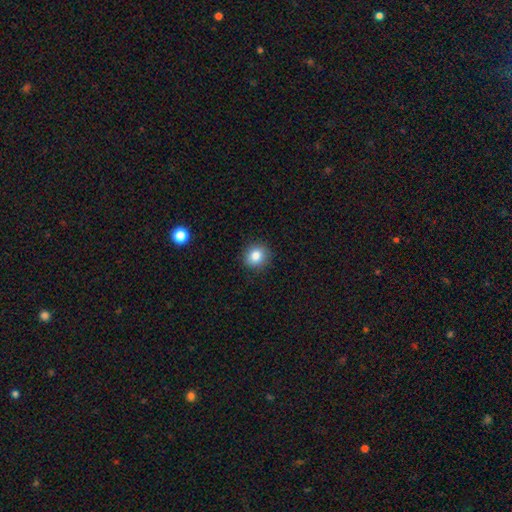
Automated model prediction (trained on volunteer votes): smooth_or_featured: smooth (p=0.84) [alt: star or artifact p=0.10]
how_rounded: round (p=0.82) [alt: in between p=0.17]
merging: none (p=0.90) [alt: minor disturbance p=0.07]